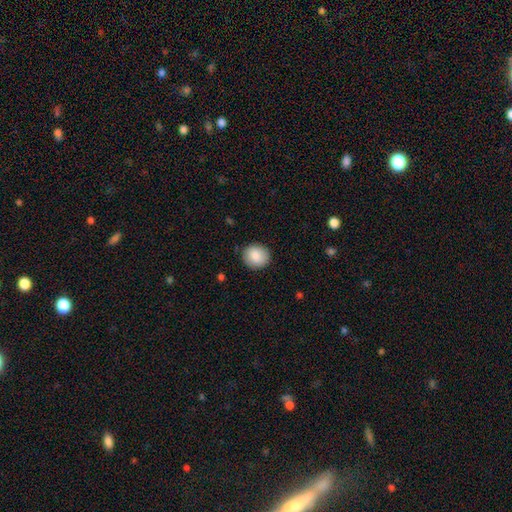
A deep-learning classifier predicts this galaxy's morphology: Smooth or featured?
  - smooth: 87% *
  - star or artifact: 7%
  - featured or disk: 6%
How rounded?
  - round: 85% *
  - in between: 14%
  - cigar-shaped: 1%
Merging?
  - none: 89% *
  - minor disturbance: 8%
  - major disturbance: 2%
  - merger: 1%